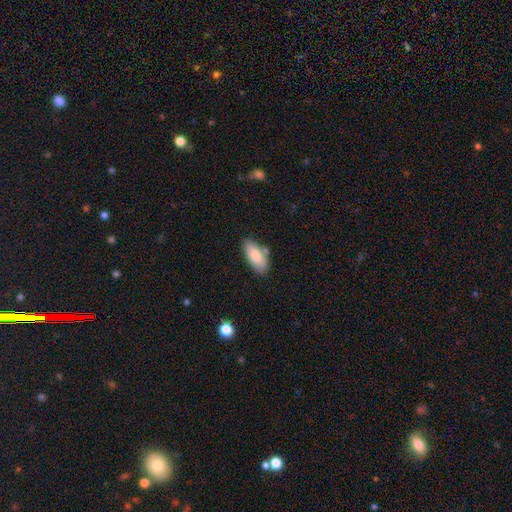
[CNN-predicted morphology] type=smooth (81%); roundness=in between (88%); merging=none (70%).